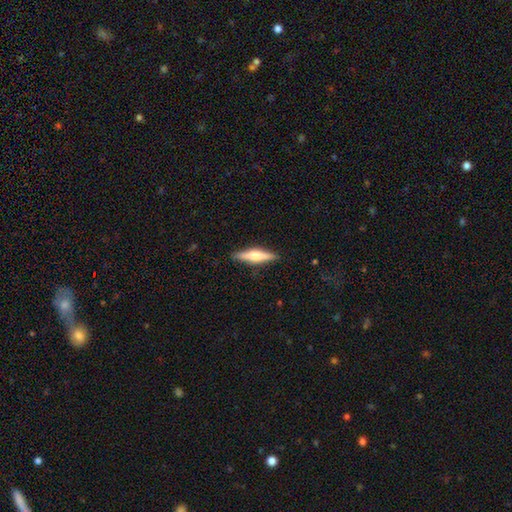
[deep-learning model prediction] A featured or disk galaxy (52%) viewed edge-on (96%). Merging: none (89%).